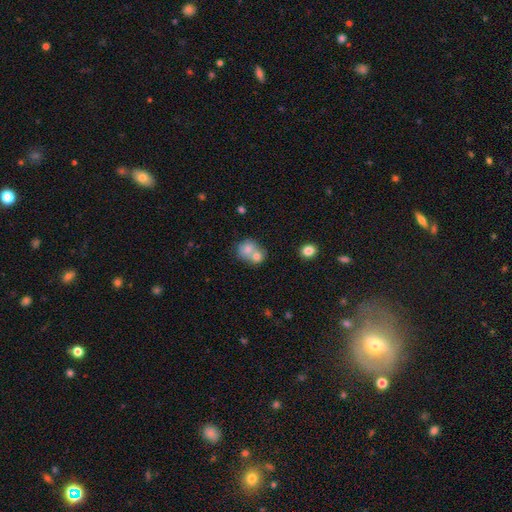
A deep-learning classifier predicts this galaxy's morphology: Smooth or featured? smooth (73%)
How rounded? round (67%)
Merging? merger (62%)